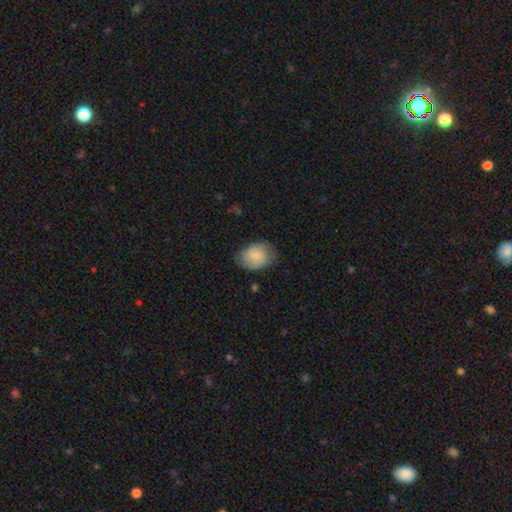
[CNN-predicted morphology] Q: Smooth or featured?
A: smooth (62%); runner-up: featured or disk (31%)
Q: How rounded?
A: in between (66%); runner-up: round (33%)
Q: Merging?
A: none (69%); runner-up: minor disturbance (23%)